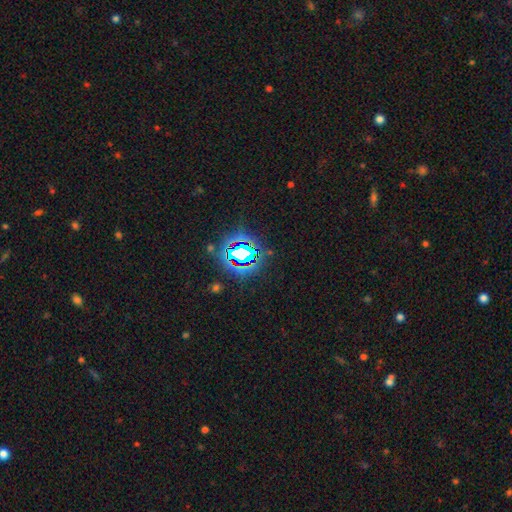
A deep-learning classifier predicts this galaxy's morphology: Overall: star or artifact (83%).